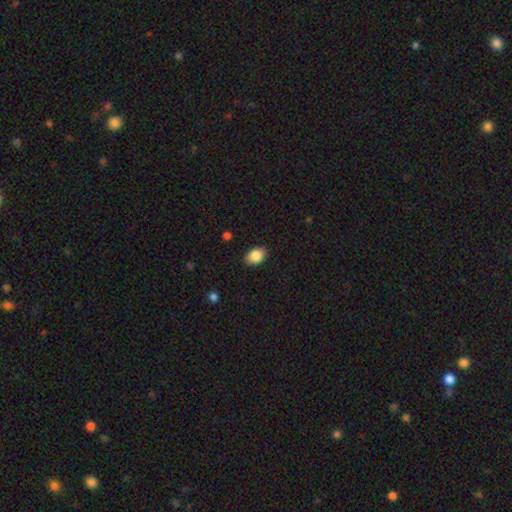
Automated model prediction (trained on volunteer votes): A smooth galaxy with no disk features (87%) that is in between round and cigar-shaped (79%).

Vote fractions:
- Smooth or featured? smooth: 87% / star or artifact: 8% / featured or disk: 5%
- How rounded? in between: 79% / round: 20% / cigar-shaped: 1%
- Merging? none: 88% / minor disturbance: 9% / major disturbance: 2% / merger: 1%